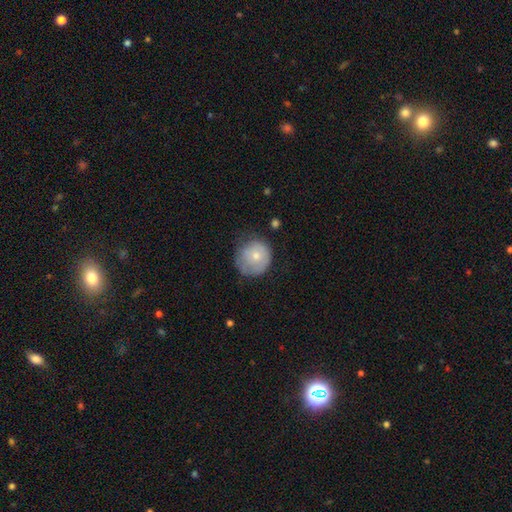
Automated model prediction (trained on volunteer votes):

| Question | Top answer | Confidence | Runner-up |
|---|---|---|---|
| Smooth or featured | smooth | 68% | featured or disk (25%) |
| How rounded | round | 88% | in between (11%) |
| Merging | none | 58% | minor disturbance (30%) |